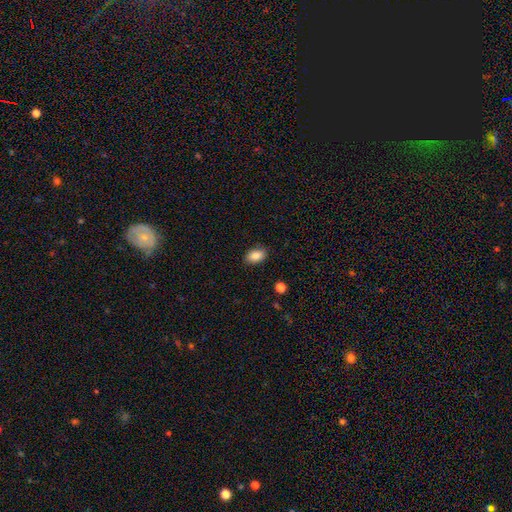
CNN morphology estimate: smooth-or-featured: smooth: 85% | star or artifact: 8% | featured or disk: 7%
  how-rounded: in between: 88% | round: 10% | cigar-shaped: 2%
  merging: none: 88% | minor disturbance: 9% | major disturbance: 2% | merger: 1%